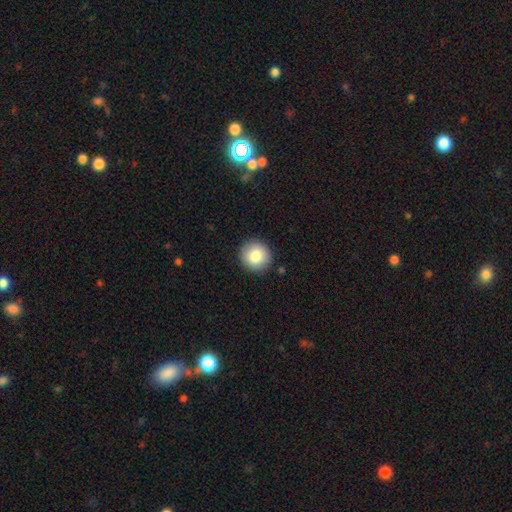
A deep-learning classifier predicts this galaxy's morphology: smooth 83%, featured or disk 9%, star or artifact 9%. Down the decision tree: how rounded — round (93%); merging — none (90%).